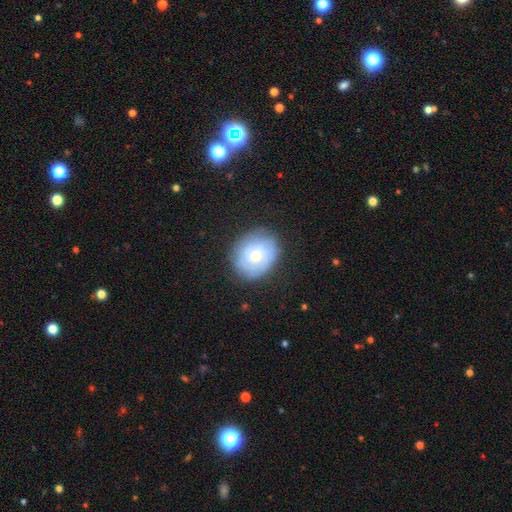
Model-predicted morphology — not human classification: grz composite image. It shows a featured or disk galaxy (51%). Merging: none (77%).